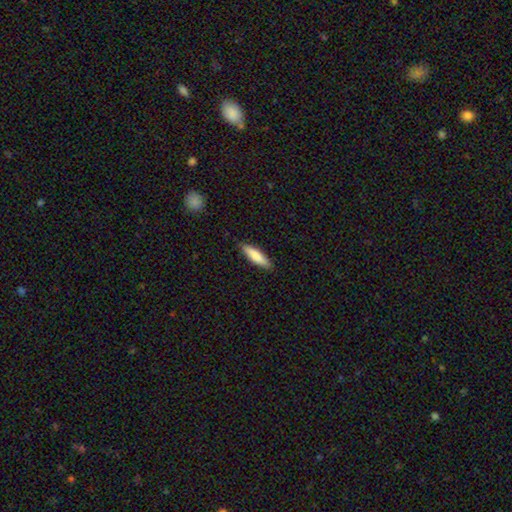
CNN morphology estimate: Smooth or featured? smooth (80%)
How rounded? cigar-shaped (68%)
Merging? none (87%)